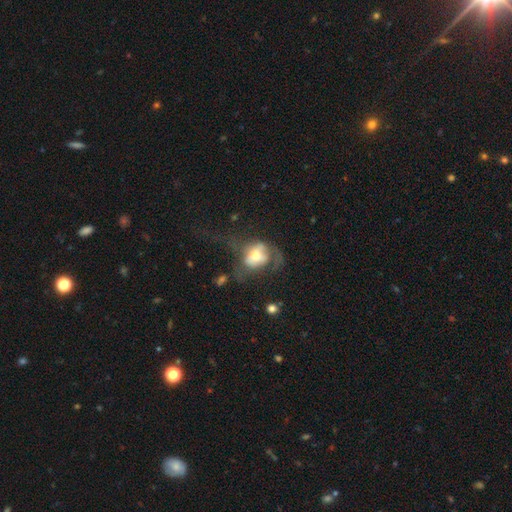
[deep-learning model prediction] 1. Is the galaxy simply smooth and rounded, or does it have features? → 51% smooth, 41% featured or disk, 8% star or artifact.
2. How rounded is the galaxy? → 55% in between, 43% round, 2% cigar-shaped.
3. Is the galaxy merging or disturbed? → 54% major disturbance, 24% none, 17% minor disturbance, 5% merger.